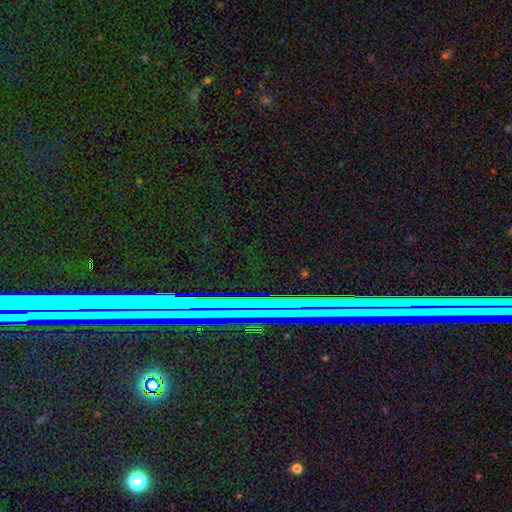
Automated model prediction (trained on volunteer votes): This appears to be a star or artifact, not a galaxy (79%).